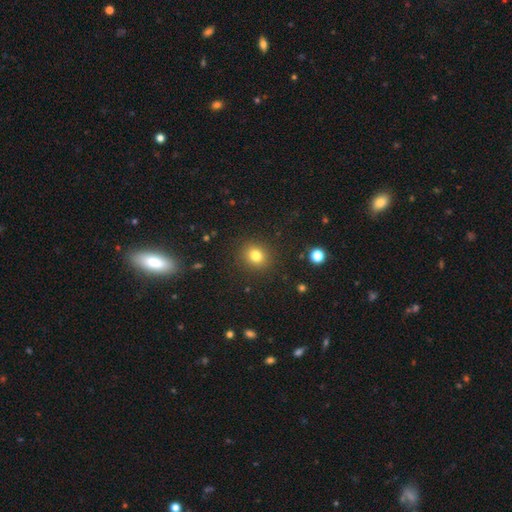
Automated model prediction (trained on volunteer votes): This appears to be a smooth galaxy with no disk features (79%) that is round (79%). Merging: none (89%).